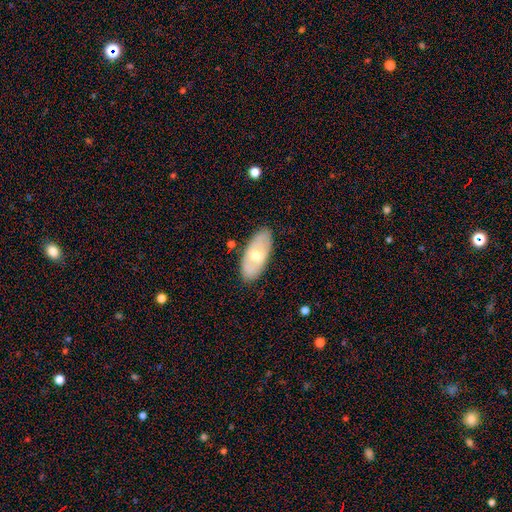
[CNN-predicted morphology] smooth_or_featured: smooth (p=0.53) [alt: featured or disk p=0.41]
how_rounded: in between (p=0.90) [alt: cigar-shaped p=0.07]
merging: none (p=0.83) [alt: minor disturbance p=0.12]